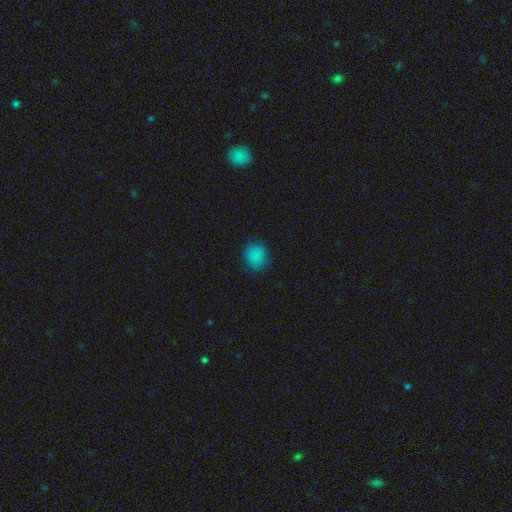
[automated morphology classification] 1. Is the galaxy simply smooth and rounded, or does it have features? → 83% smooth, 13% star or artifact, 3% featured or disk.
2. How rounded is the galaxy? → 66% round, 33% in between, 1% cigar-shaped.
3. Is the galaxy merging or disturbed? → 84% none, 12% minor disturbance, 3% major disturbance, 1% merger.